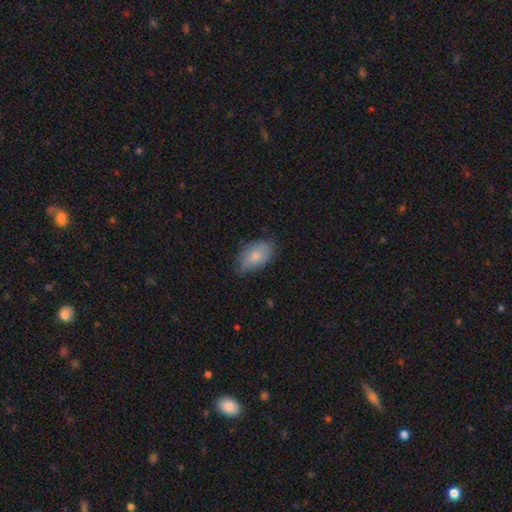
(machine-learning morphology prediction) type=smooth (78%); roundness=in between (92%); merging=none (66%).